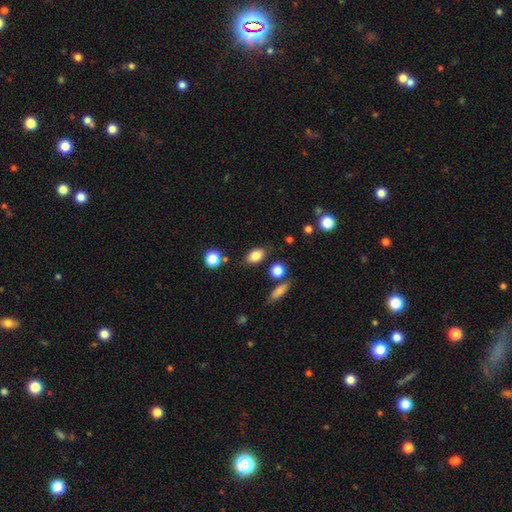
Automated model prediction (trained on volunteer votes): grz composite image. It shows a smooth galaxy with no disk features (83%) that is in between round and cigar-shaped (83%). Merging: none (78%).